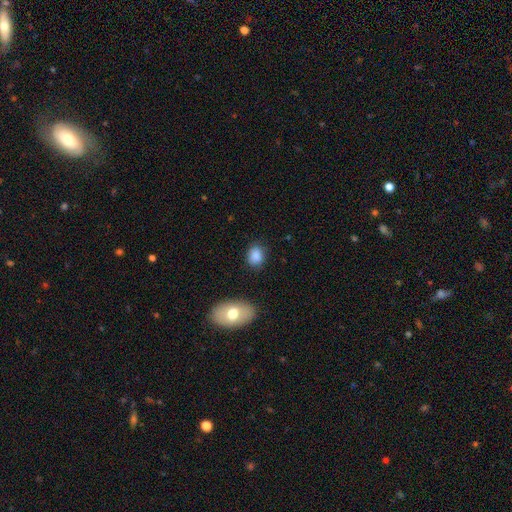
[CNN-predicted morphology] smooth_or_featured: smooth (p=0.85) [alt: star or artifact p=0.09]
how_rounded: in between (p=0.60) [alt: round p=0.38]
merging: none (p=0.79) [alt: minor disturbance p=0.15]